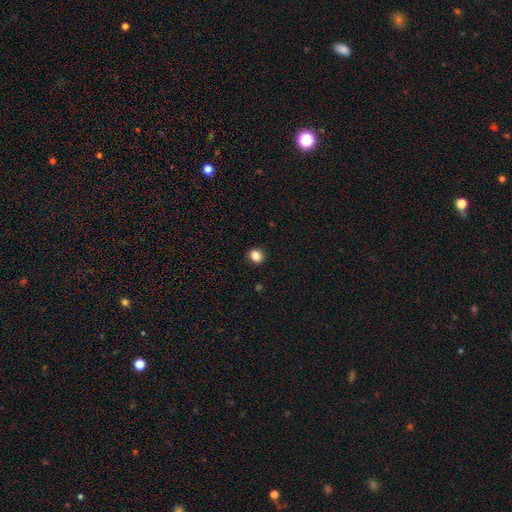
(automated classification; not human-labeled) smooth 86%, star or artifact 10%, featured or disk 4%. Down the decision tree: how rounded — round (68%); merging — none (91%).